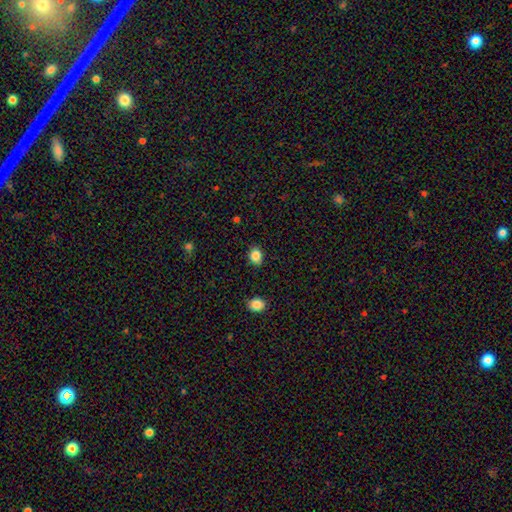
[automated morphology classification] This appears to be a smooth galaxy with no disk features (85%) that is round (50%). Merging: none (87%).